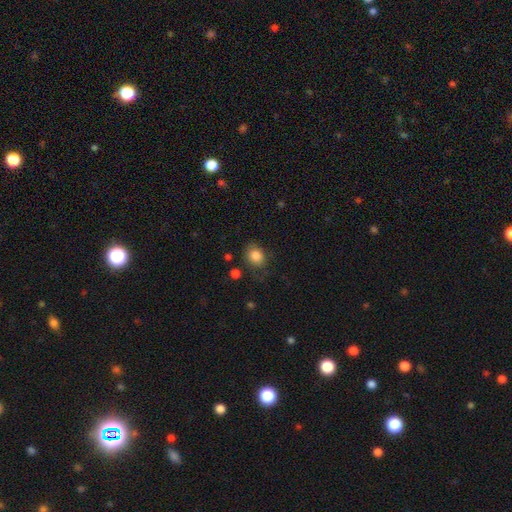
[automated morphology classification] Smooth or featured?
  - smooth: 84% *
  - star or artifact: 9%
  - featured or disk: 6%
How rounded?
  - round: 65% *
  - in between: 34%
  - cigar-shaped: 1%
Merging?
  - none: 71% *
  - minor disturbance: 19%
  - major disturbance: 7%
  - merger: 3%